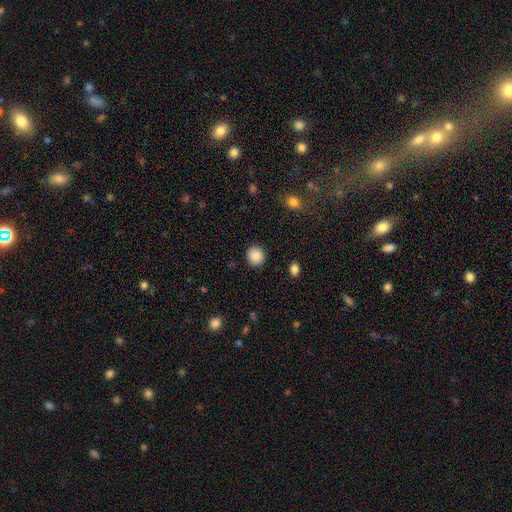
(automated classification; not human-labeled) smooth-or-featured: smooth: 88% | star or artifact: 8% | featured or disk: 4%
  how-rounded: round: 80% | in between: 19% | cigar-shaped: 1%
  merging: none: 89% | minor disturbance: 7% | major disturbance: 2% | merger: 1%